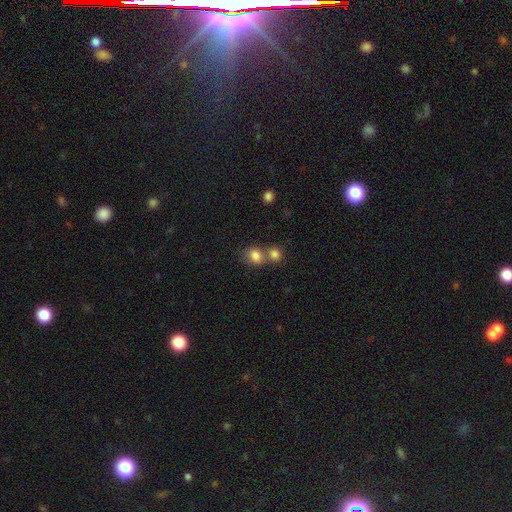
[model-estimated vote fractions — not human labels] smooth-or-featured: smooth: 82% | star or artifact: 10% | featured or disk: 7%
  how-rounded: round: 59% | in between: 39% | cigar-shaped: 1%
  merging: merger: 49% | none: 39% | minor disturbance: 8% | major disturbance: 4%